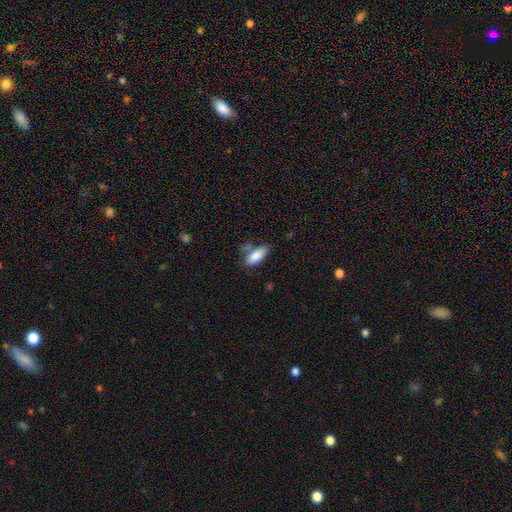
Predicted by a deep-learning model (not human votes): Q: Smooth or featured?
A: smooth (85%); runner-up: featured or disk (8%)
Q: How rounded?
A: in between (84%); runner-up: cigar-shaped (13%)
Q: Merging?
A: none (63%); runner-up: minor disturbance (20%)